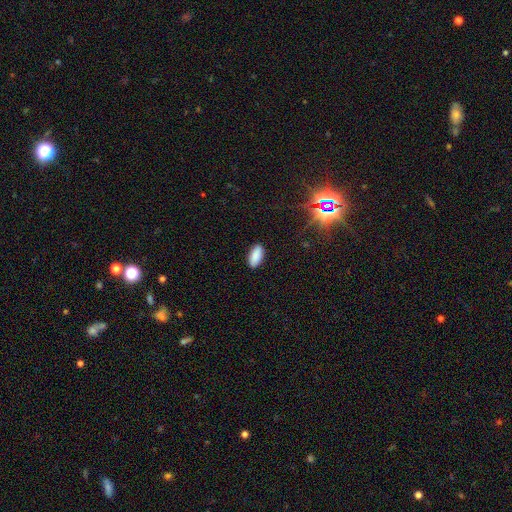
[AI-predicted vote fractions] Smooth or featured? smooth (87%)
How rounded? in between (90%)
Merging? none (88%)